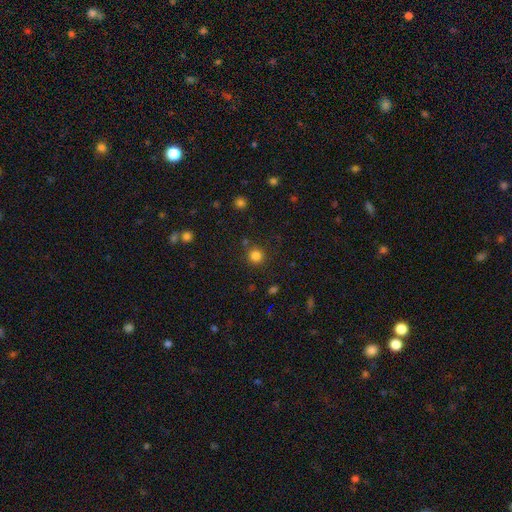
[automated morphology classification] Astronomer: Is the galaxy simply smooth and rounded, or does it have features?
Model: smooth — 81%.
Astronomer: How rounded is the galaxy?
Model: round — 93%.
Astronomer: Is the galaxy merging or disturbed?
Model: none — 84%.